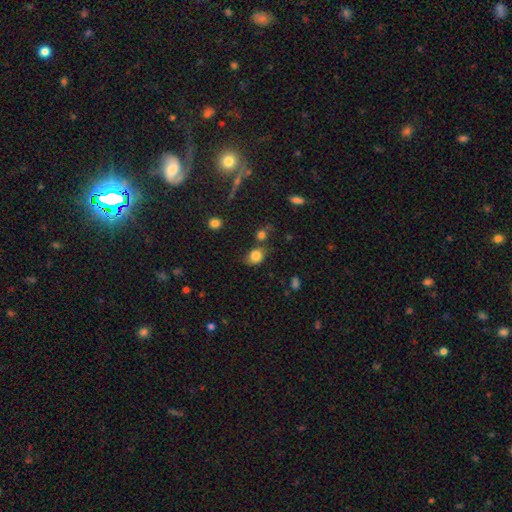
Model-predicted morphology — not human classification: smooth 81%, star or artifact 11%, featured or disk 8%. Down the decision tree: how rounded — round (50%); merging — none (57%).